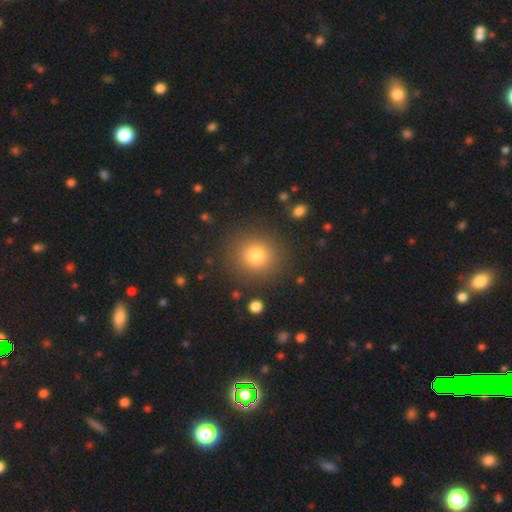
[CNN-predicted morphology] Smooth or featured? smooth (78%)
How rounded? round (90%)
Merging? none (88%)